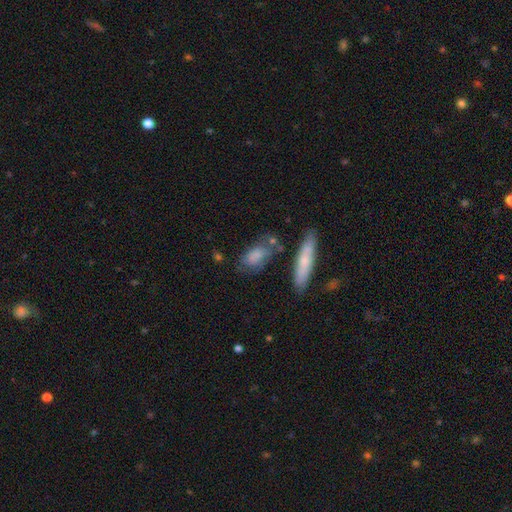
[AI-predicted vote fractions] Smooth or featured? smooth (67%)
How rounded? in between (79%)
Merging? none (52%)